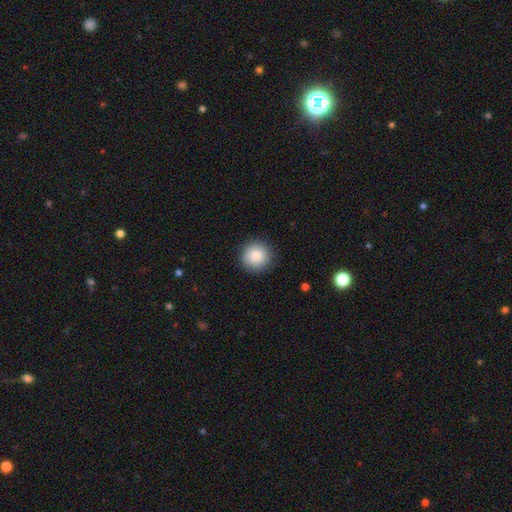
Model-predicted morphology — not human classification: The model was most divided on "smooth or featured": smooth: 88%, star or artifact: 8%, featured or disk: 4%. More confident: how rounded — round (94%); merging — none (89%).